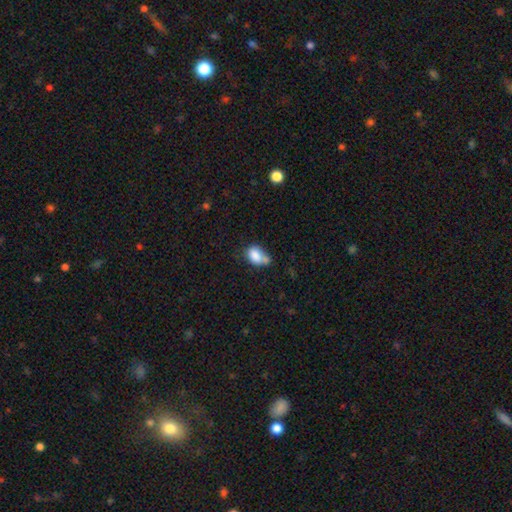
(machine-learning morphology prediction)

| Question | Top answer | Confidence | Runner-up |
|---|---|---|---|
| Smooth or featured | smooth | 81% | featured or disk (10%) |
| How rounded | in between | 78% | round (21%) |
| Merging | none | 35% | merger (29%) |